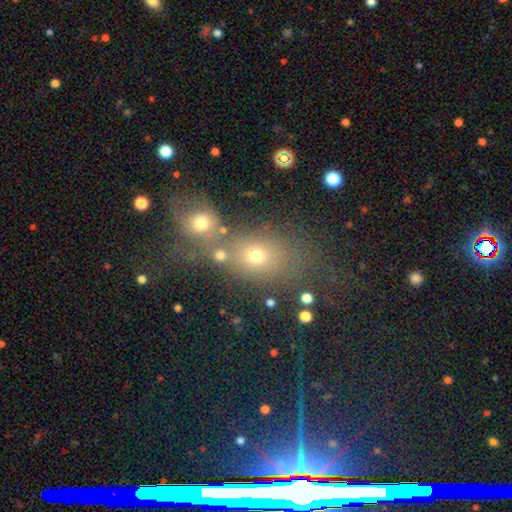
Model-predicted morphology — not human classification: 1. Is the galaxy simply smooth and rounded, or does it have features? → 65% smooth, 20% star or artifact, 15% featured or disk.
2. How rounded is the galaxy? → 50% round, 48% in between, 2% cigar-shaped.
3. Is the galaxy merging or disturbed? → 41% none (tied), 41% merger (tied), 10% minor disturbance, 8% major disturbance.